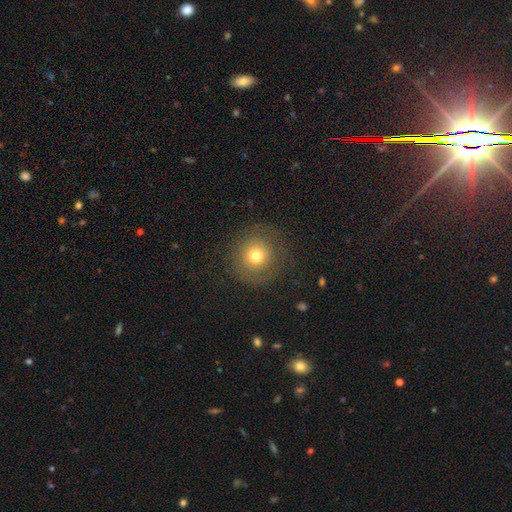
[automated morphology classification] smooth-or-featured: smooth: 70% | featured or disk: 17% | star or artifact: 14%
  how-rounded: round: 92% | in between: 7% | cigar-shaped: 1%
  merging: none: 82% | minor disturbance: 10% | major disturbance: 6% | merger: 1%